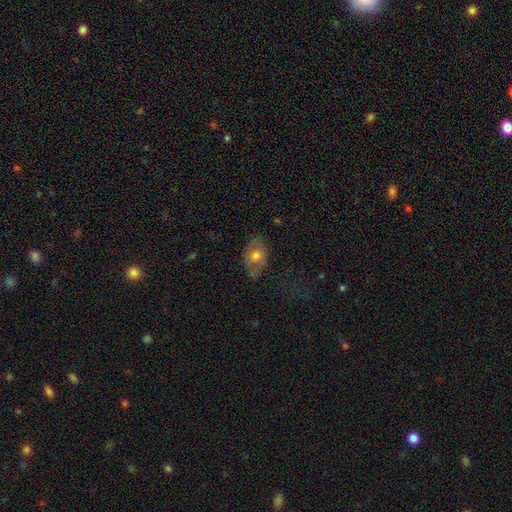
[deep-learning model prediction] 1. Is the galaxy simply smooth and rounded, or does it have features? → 63% smooth, 28% featured or disk, 9% star or artifact.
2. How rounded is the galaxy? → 83% in between, 15% round, 2% cigar-shaped.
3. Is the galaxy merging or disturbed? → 76% none, 17% minor disturbance, 5% major disturbance, 1% merger.